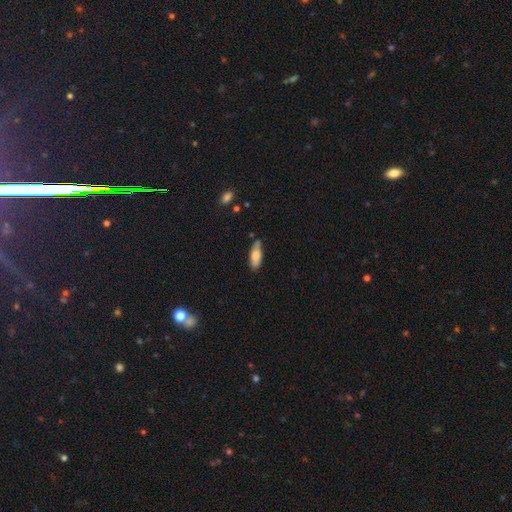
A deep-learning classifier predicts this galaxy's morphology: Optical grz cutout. It shows a smooth galaxy with no disk features (76%) that is in between round and cigar-shaped (67%). Merging: none (73%).